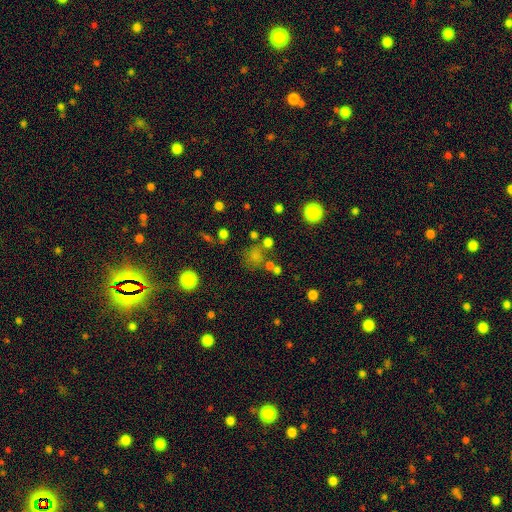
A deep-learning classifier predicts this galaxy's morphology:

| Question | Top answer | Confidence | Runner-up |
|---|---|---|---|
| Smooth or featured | smooth | 65% | star or artifact (25%) |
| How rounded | round | 83% | in between (16%) |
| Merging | none | 60% | merger (18%) |